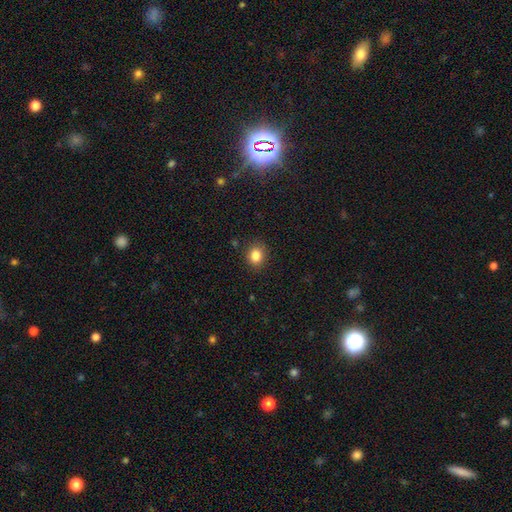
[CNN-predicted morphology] smooth-or-featured: smooth: 84% | star or artifact: 11% | featured or disk: 5%
  how-rounded: round: 67% | in between: 33% | cigar-shaped: 1%
  merging: none: 87% | minor disturbance: 9% | major disturbance: 2% | merger: 1%